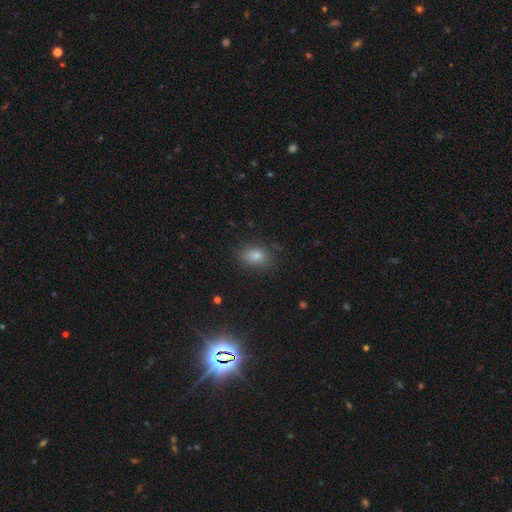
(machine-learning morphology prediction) Overall: smooth (72%). How rounded: in between (71%). Merging: none (84%).